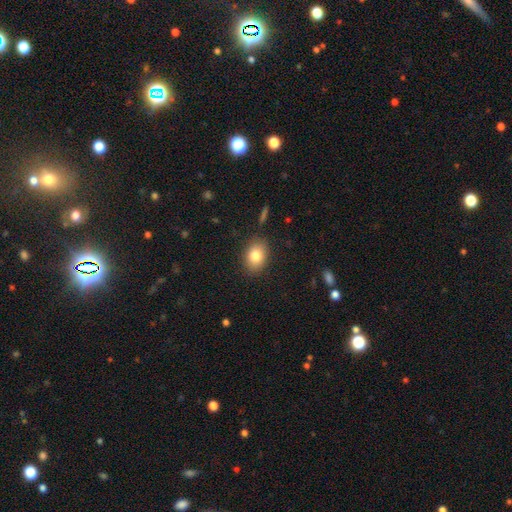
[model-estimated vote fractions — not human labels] smooth_or_featured: smooth (p=0.82) [alt: featured or disk p=0.10]
how_rounded: in between (p=0.75) [alt: round p=0.23]
merging: none (p=0.86) [alt: minor disturbance p=0.10]